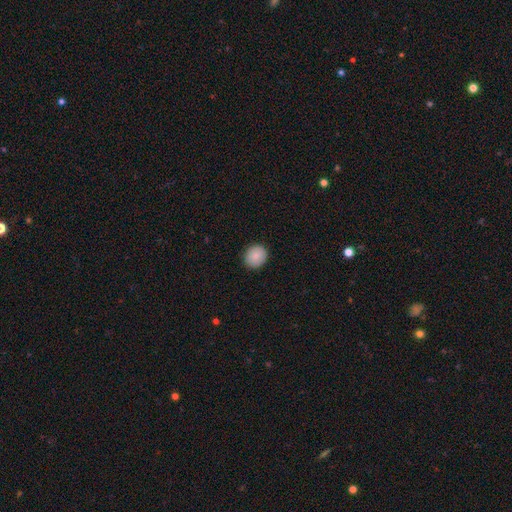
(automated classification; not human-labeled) Smooth or featured? smooth (88%)
How rounded? round (77%)
Merging? none (89%)